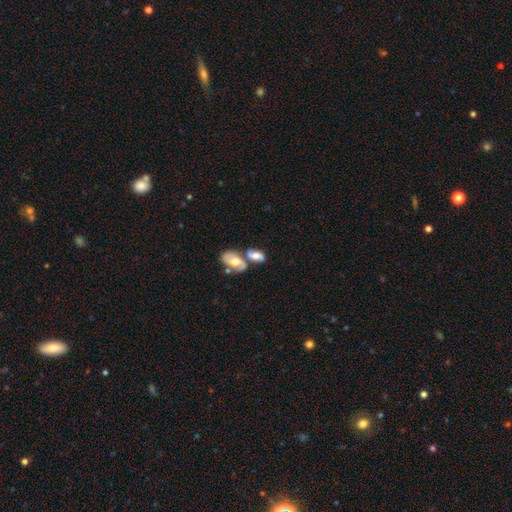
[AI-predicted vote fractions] smooth 55%, featured or disk 38%, star or artifact 8%. Down the decision tree: how rounded — in between (89%); merging — merger (48%).